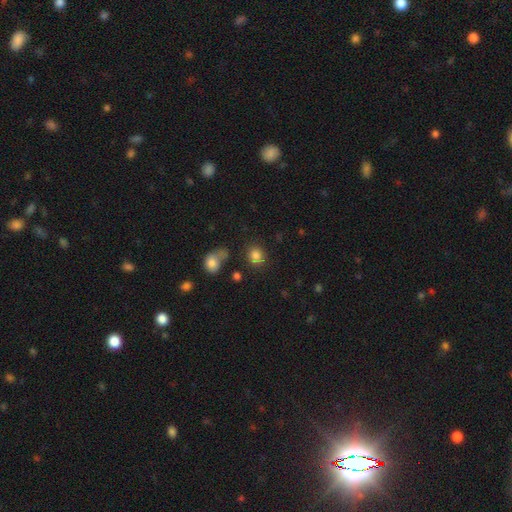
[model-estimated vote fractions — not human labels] Smooth or featured? Predicted: smooth (p=0.81). How rounded? Predicted: round (p=0.71). Merging? Predicted: none (p=0.67).